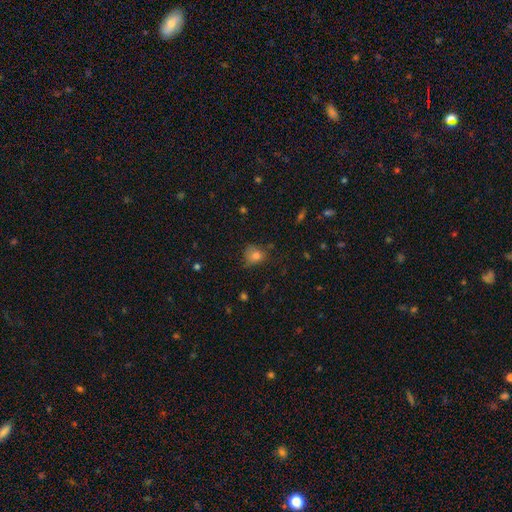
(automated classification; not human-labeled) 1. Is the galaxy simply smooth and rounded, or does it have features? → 77% smooth, 13% star or artifact, 10% featured or disk.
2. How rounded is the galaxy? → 66% round, 33% in between, 1% cigar-shaped.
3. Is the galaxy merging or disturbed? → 57% none, 29% minor disturbance, 11% major disturbance, 3% merger.